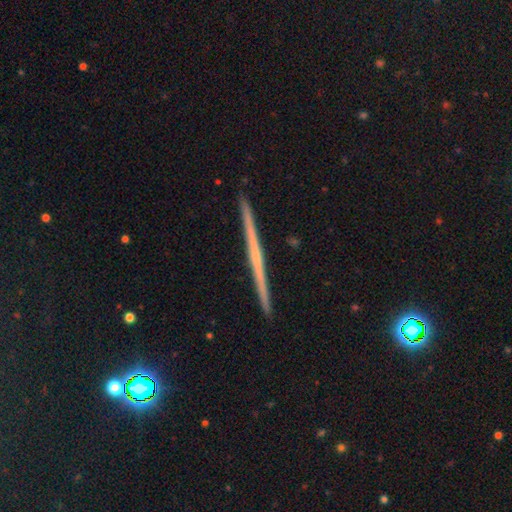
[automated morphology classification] A featured or disk galaxy (69%) viewed edge-on (98%) with no central bulge (81%).

Vote fractions:
- Smooth or featured? featured or disk: 69% / smooth: 25% / star or artifact: 6%
- Edge-on disk? yes: 98% / no: 2%
- Edge-on bulge? none: 81% / rounded: 14% / boxy: 4%
- Merging? none: 93% / minor disturbance: 5% / merger: 1% / major disturbance: 1%